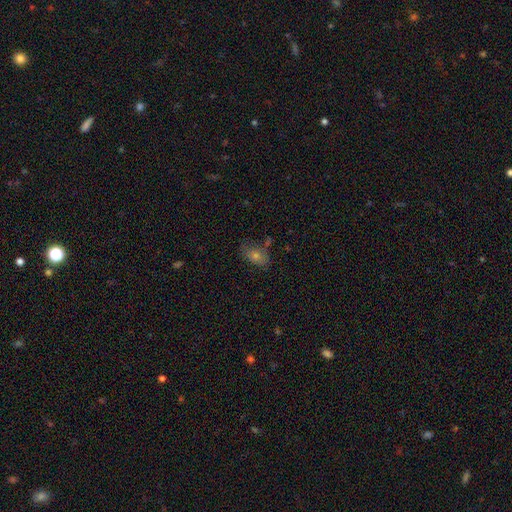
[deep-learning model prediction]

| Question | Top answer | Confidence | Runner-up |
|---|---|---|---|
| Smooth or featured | smooth | 61% | star or artifact (19%) |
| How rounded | in between | 79% | round (18%) |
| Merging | none | 74% | minor disturbance (17%) |